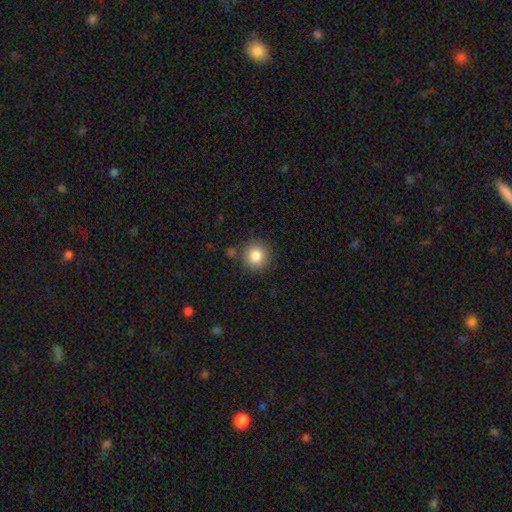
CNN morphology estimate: This appears to be a smooth galaxy with no disk features (85%) that is round (93%). Merging: none (84%).